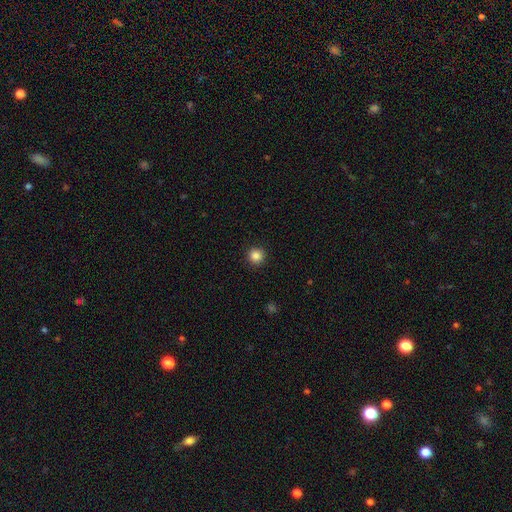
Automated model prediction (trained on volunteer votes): smooth 86%, star or artifact 11%, featured or disk 3%. Down the decision tree: how rounded — round (95%); merging — none (93%).